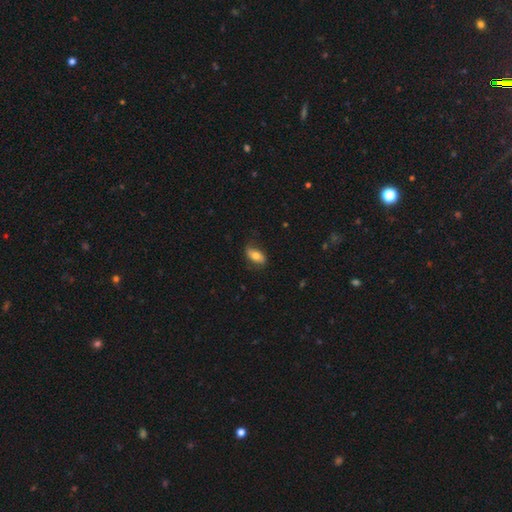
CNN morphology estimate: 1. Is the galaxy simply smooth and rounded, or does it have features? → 69% smooth, 24% featured or disk, 7% star or artifact.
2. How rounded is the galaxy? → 88% in between, 7% cigar-shaped, 5% round.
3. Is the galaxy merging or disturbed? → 72% none, 21% minor disturbance, 6% major disturbance, 1% merger.